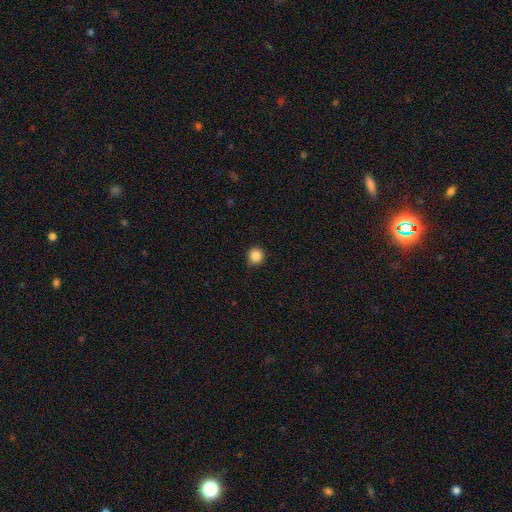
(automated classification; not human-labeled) smooth_or_featured: smooth (p=0.86) [alt: star or artifact p=0.10]
how_rounded: round (p=0.94) [alt: in between p=0.05]
merging: none (p=0.87) [alt: minor disturbance p=0.10]